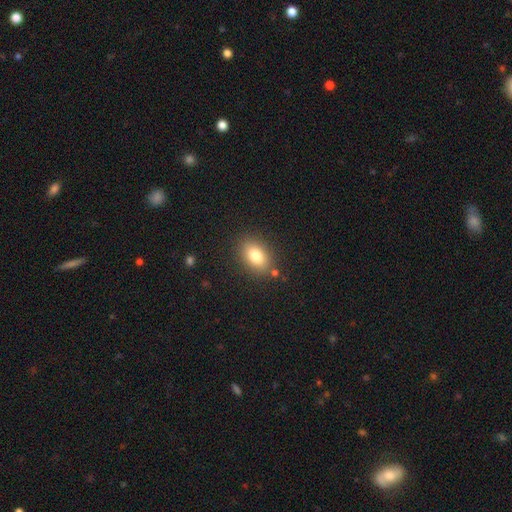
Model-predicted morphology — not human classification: Smooth or featured? Predicted: smooth (p=0.81). How rounded? Predicted: in between (p=0.83). Merging? Predicted: none (p=0.84).